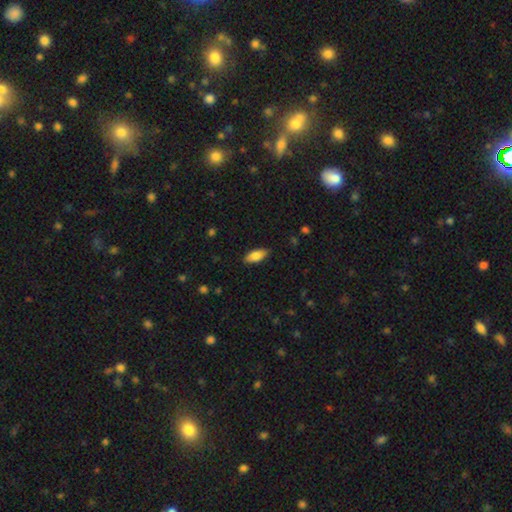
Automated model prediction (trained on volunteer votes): Smooth or featured?
  - smooth: 83% *
  - featured or disk: 10%
  - star or artifact: 6%
How rounded?
  - in between: 86% *
  - cigar-shaped: 12%
  - round: 2%
Merging?
  - none: 86% *
  - minor disturbance: 11%
  - major disturbance: 2%
  - merger: 1%